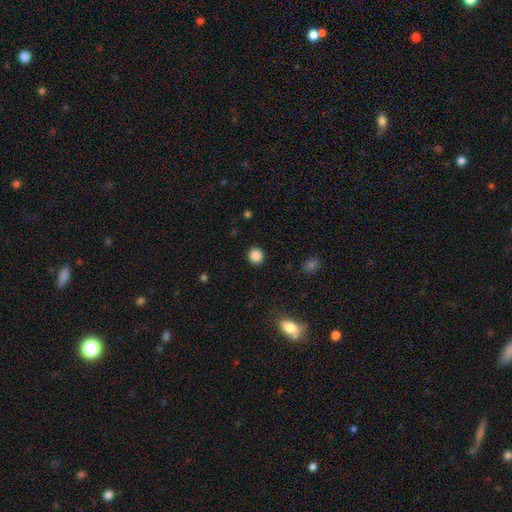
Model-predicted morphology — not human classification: smooth 86%, star or artifact 10%, featured or disk 4%. Down the decision tree: how rounded — round (93%); merging — none (93%).